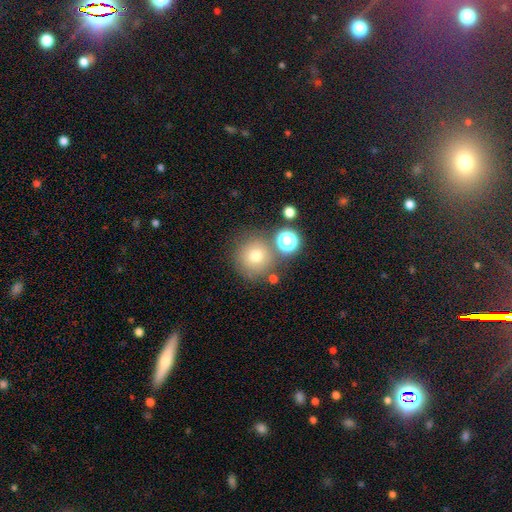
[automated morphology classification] A smooth galaxy with no disk features (70%) that is round (94%). Merging: none (74%).